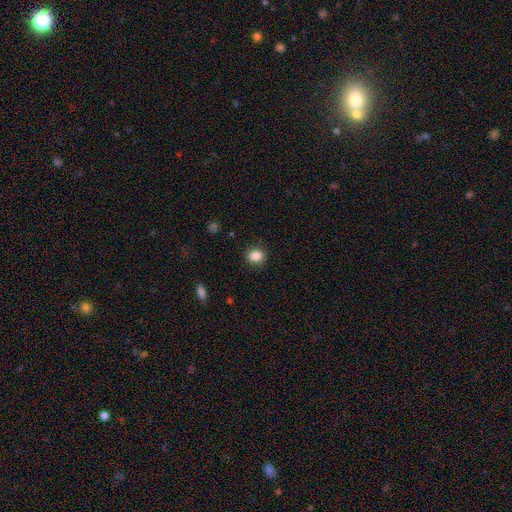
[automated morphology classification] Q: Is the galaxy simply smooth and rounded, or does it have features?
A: smooth — 86%.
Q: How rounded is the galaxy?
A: round — 72%.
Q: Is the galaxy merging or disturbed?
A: none — 88%.